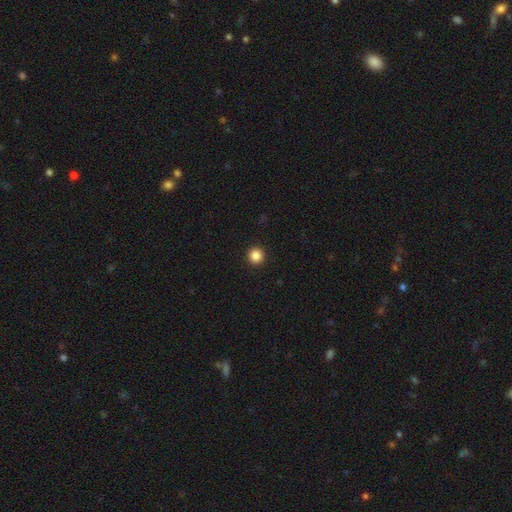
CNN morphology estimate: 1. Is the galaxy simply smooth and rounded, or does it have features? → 86% smooth, 11% star or artifact, 3% featured or disk.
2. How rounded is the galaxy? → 96% round, 3% in between, 1% cigar-shaped.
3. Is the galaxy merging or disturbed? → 94% none, 4% minor disturbance, 1% major disturbance, 1% merger.